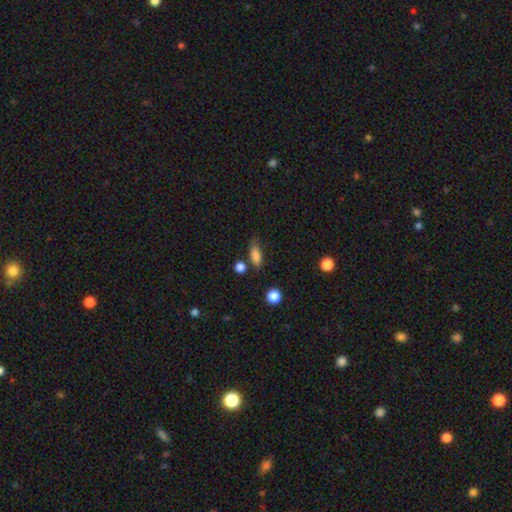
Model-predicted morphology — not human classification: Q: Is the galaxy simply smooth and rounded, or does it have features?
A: smooth — 82%.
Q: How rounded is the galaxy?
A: in between — 73%.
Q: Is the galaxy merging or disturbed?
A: none — 65%.